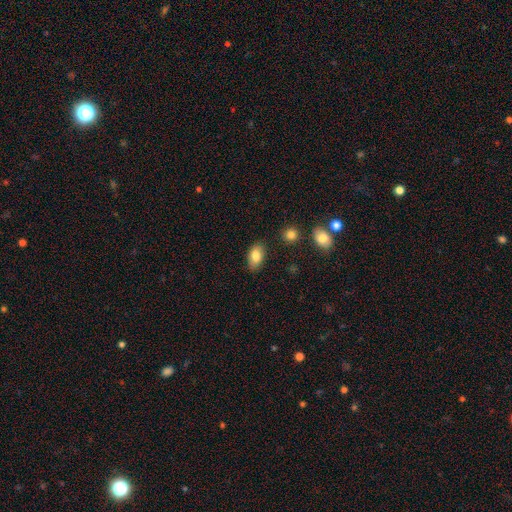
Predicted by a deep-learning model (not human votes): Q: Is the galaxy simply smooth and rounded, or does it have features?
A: smooth — 83%.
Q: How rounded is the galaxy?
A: in between — 91%.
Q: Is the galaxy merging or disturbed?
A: none — 84%.